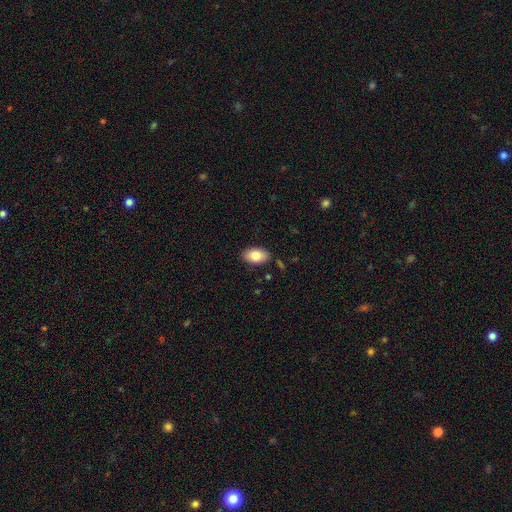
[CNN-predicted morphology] Smooth or featured? Predicted: smooth (p=0.81). How rounded? Predicted: in between (p=0.93). Merging? Predicted: none (p=0.86).